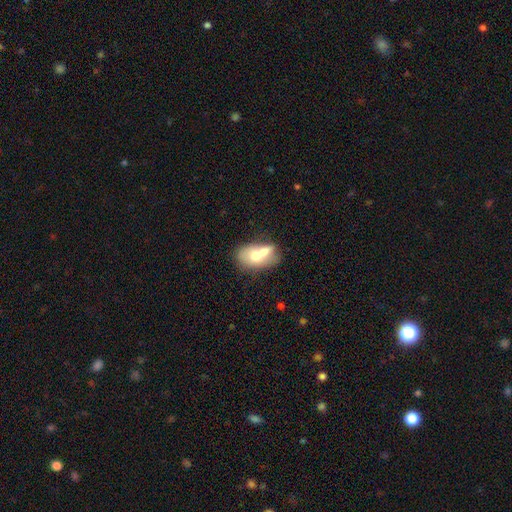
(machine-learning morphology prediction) Smooth or featured: smooth — 62% (featured or disk — 31%)
How rounded: in between — 77% (round — 20%)
Merging: merger — 66% (none — 19%)